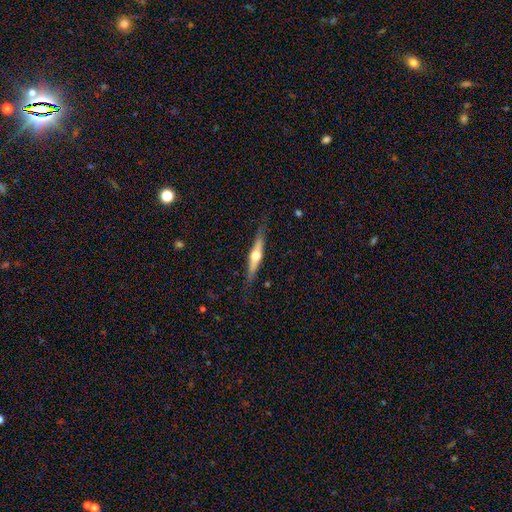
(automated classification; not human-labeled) A featured or disk galaxy (66%) viewed edge-on (96%) with a rounded central bulge (94%). Merging: none (85%).